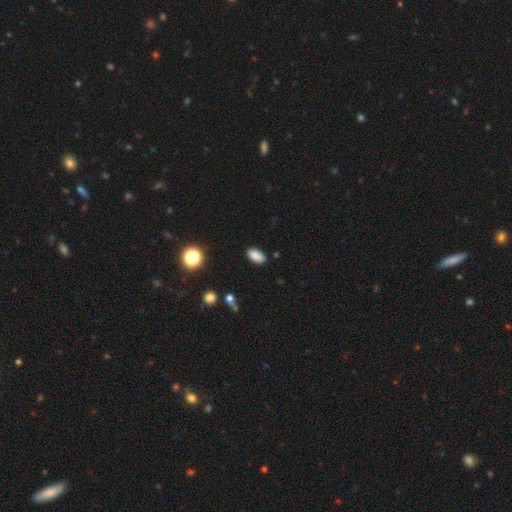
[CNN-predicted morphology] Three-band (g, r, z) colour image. It shows a smooth galaxy with no disk features (86%) that is in between round and cigar-shaped (92%). Merging: none (88%).